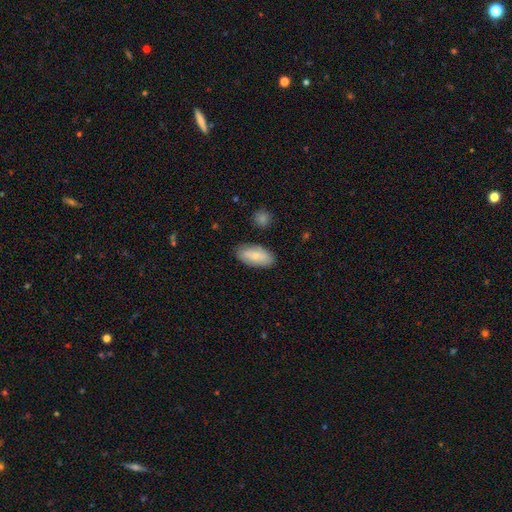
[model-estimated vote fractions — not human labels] Smooth or featured? Predicted: smooth (p=0.75). How rounded? Predicted: in between (p=0.90). Merging? Predicted: none (p=0.84).